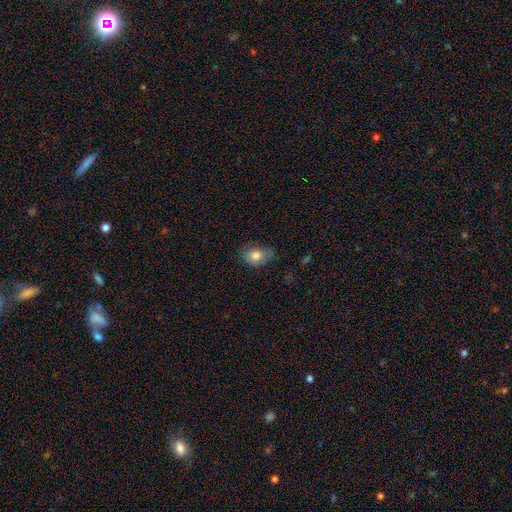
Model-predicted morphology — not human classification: This is likely a smooth galaxy (80%). How rounded: likely in between (72%). Merging: possibly none (57%).